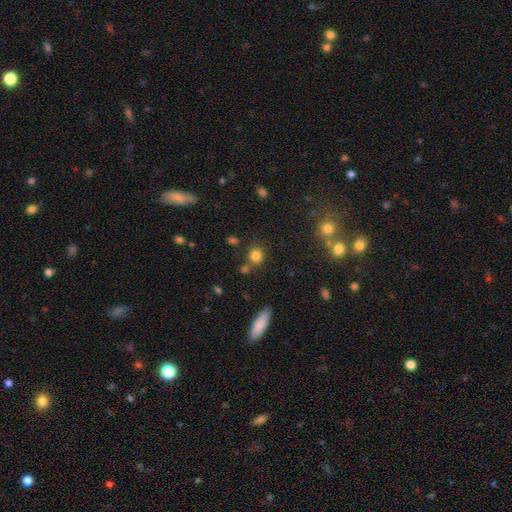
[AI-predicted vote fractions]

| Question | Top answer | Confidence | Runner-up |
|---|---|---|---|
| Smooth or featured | smooth | 80% | star or artifact (14%) |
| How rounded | round | 85% | in between (14%) |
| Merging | none | 75% | merger (11%) |